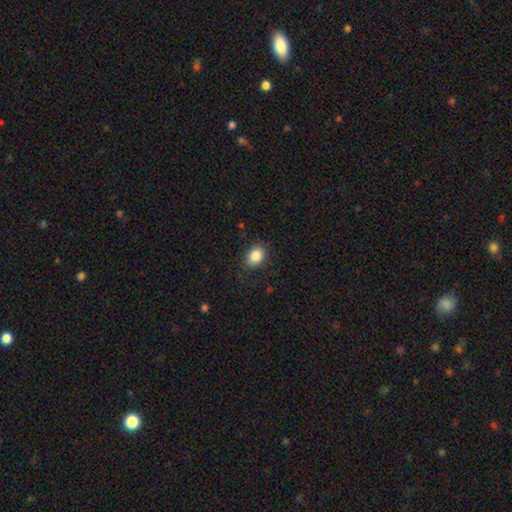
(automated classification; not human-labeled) This appears to be a smooth galaxy with no disk features (86%) that is in between round and cigar-shaped (72%). Merging: none (83%).